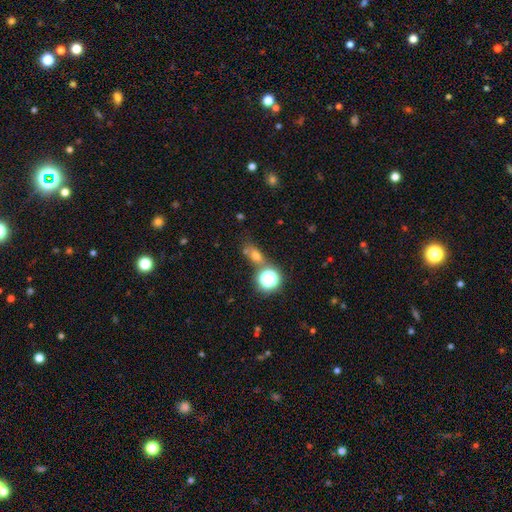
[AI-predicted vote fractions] smooth_or_featured: smooth (p=0.58) [alt: star or artifact p=0.29]
how_rounded: in between (p=0.48) [alt: round p=0.44]
merging: none (p=0.56) [alt: merger p=0.23]